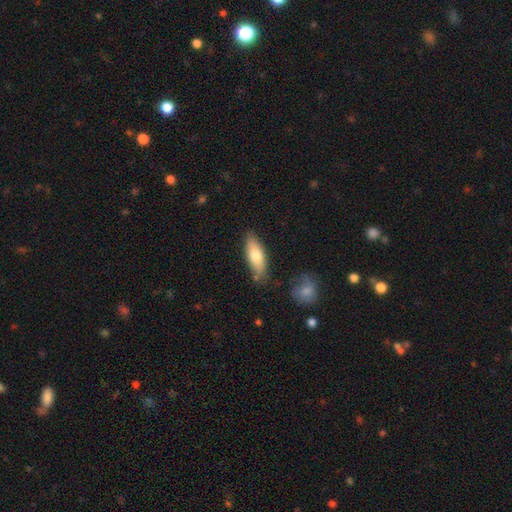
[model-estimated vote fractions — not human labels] The model was most divided on "how rounded": in between: 70%, cigar-shaped: 28%, round: 2%. More confident: merging — none (77%); smooth or featured — smooth (71%).